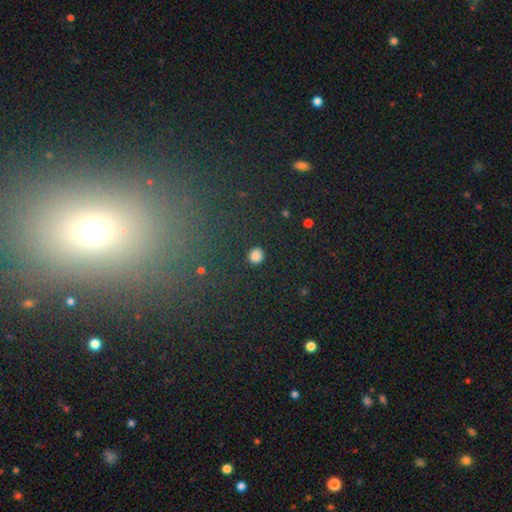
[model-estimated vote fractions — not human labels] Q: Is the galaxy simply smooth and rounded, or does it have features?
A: smooth — 83%.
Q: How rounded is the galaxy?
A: round — 89%.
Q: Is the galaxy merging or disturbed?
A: none — 91%.